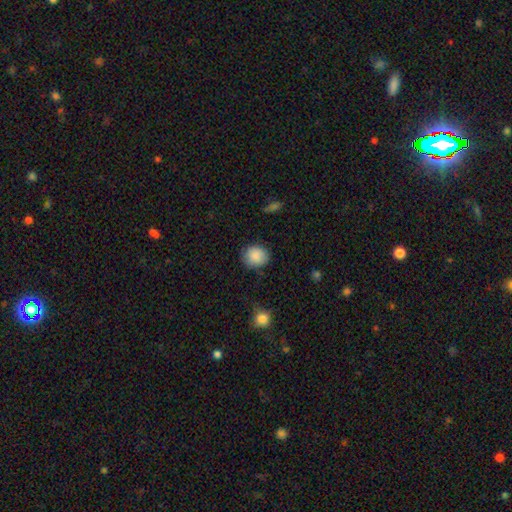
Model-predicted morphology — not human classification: The model was most divided on "how rounded": round: 76%, in between: 23%, cigar-shaped: 1%. More confident: smooth or featured — smooth (87%); merging — none (83%).